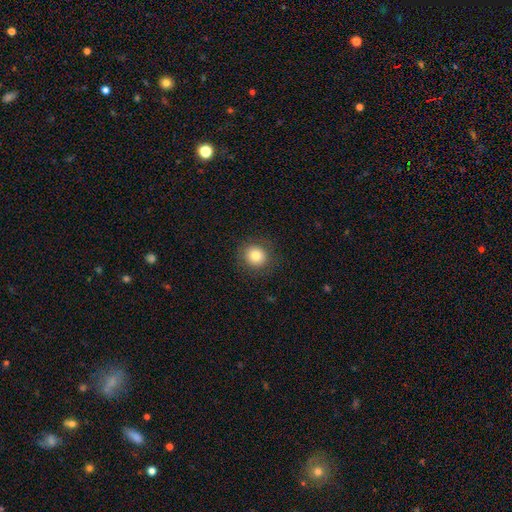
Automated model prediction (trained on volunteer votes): Morphology: type=smooth (81%); roundness=round (87%); merging=none (88%).